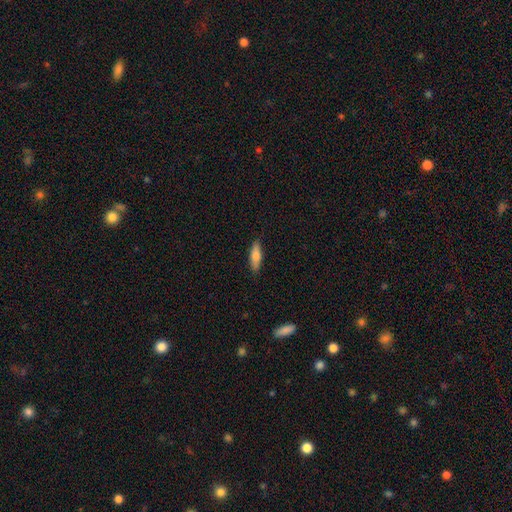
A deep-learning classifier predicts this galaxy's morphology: The model was most divided on "how rounded": in between: 50%, cigar-shaped: 48%, round: 2%. More confident: merging — none (87%); smooth or featured — smooth (73%).